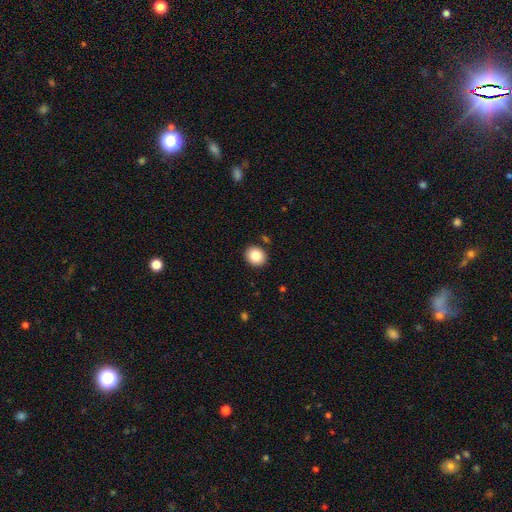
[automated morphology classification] Smooth or featured? Predicted: smooth (p=0.84). How rounded? Predicted: round (p=0.74). Merging? Predicted: none (p=0.90).